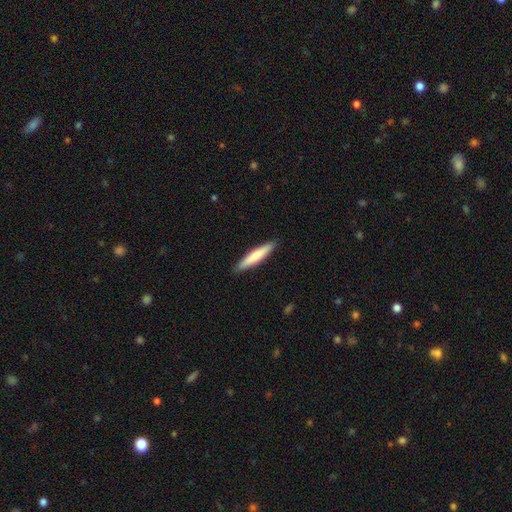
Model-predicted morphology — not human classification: The model was most divided on "smooth or featured": smooth: 73%, featured or disk: 22%, star or artifact: 5%. More confident: how rounded — cigar-shaped (91%); merging — none (91%).